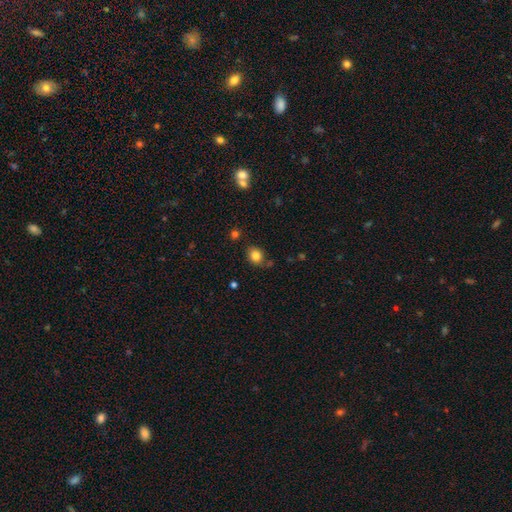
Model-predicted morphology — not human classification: This appears to be a smooth galaxy with no disk features (82%) that is round (62%). Merging: none (77%).